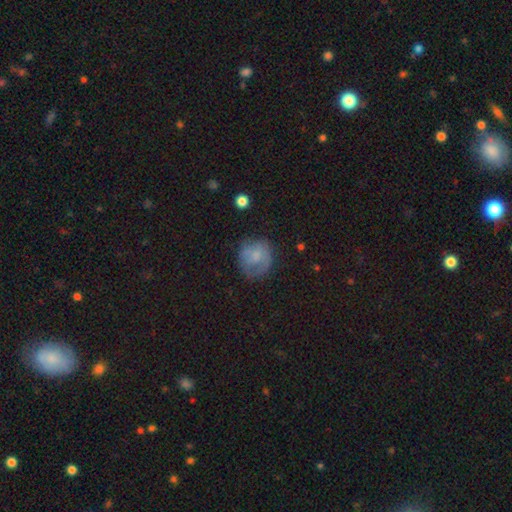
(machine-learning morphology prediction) This is possibly a smooth galaxy (56%). How rounded: likely round (79%). Merging: possibly none (59%).